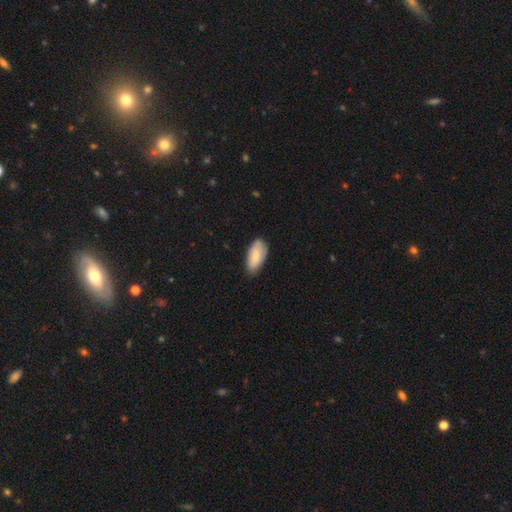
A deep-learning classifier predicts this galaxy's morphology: type=smooth (79%); roundness=in between (93%); merging=none (72%).